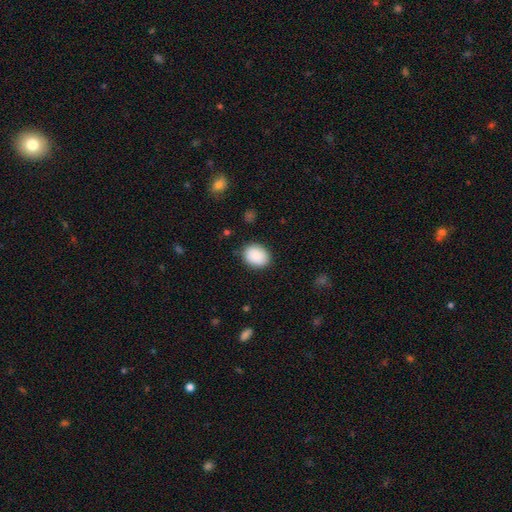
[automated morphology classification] Q: Smooth or featured?
A: smooth (90%); runner-up: star or artifact (7%)
Q: How rounded?
A: in between (56%); runner-up: round (44%)
Q: Merging?
A: none (86%); runner-up: minor disturbance (10%)